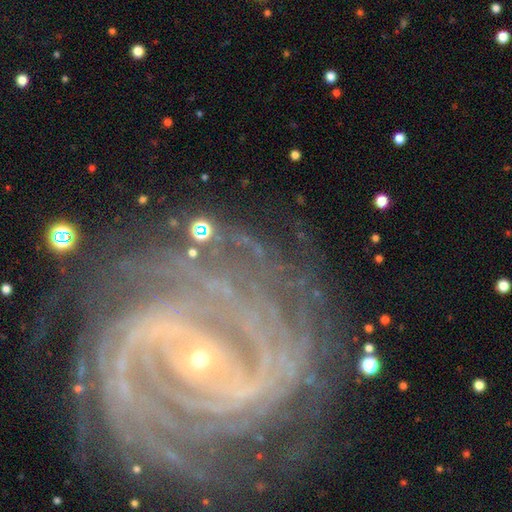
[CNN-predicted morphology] Q: Smooth or featured?
A: featured or disk (89%); runner-up: star or artifact (7%)
Q: Edge-on disk?
A: no (97%); runner-up: yes (3%)
Q: Bar?
A: no (40%); runner-up: strong (30%)
Q: Spiral arms?
A: yes (97%); runner-up: no (3%)
Q: Spiral winding?
A: tight (77%); runner-up: medium (19%)
Q: Spiral arm count?
A: can't tell (20%); runner-up: more than 4 (19%)
Q: Bulge size?
A: small (81%); runner-up: moderate (15%)
Q: Merging?
A: none (76%); runner-up: minor disturbance (14%)